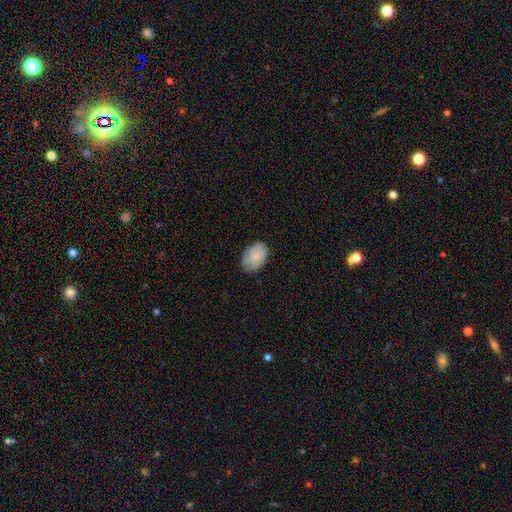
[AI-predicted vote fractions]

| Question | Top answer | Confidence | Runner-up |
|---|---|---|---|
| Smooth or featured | smooth | 82% | featured or disk (11%) |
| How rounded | in between | 86% | round (12%) |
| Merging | none | 78% | minor disturbance (18%) |